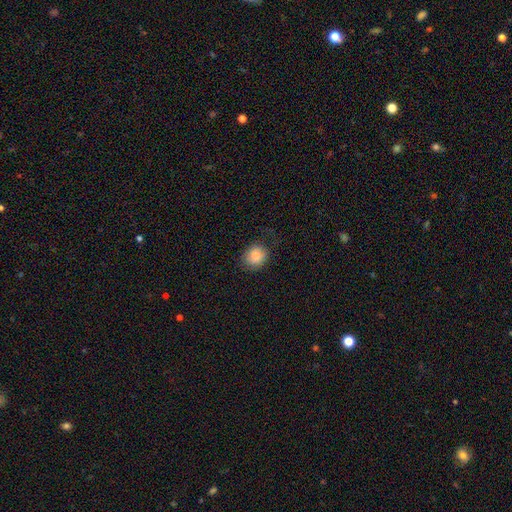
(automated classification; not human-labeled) This appears to be a smooth galaxy with no disk features (85%) that is round (67%). Merging: none (73%).